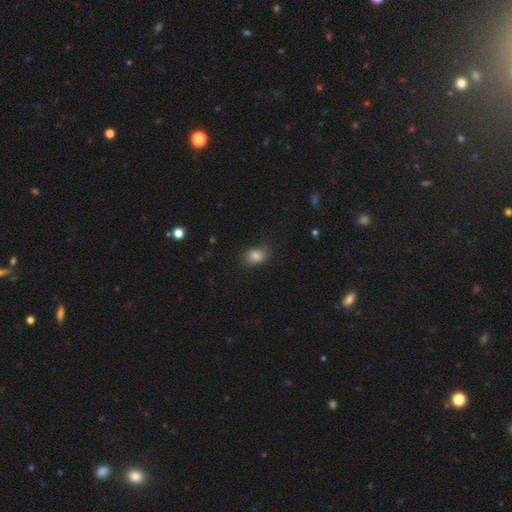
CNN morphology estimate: The model was most divided on "how rounded": in between: 69%, round: 30%, cigar-shaped: 1%. More confident: smooth or featured — smooth (83%); merging — none (79%).